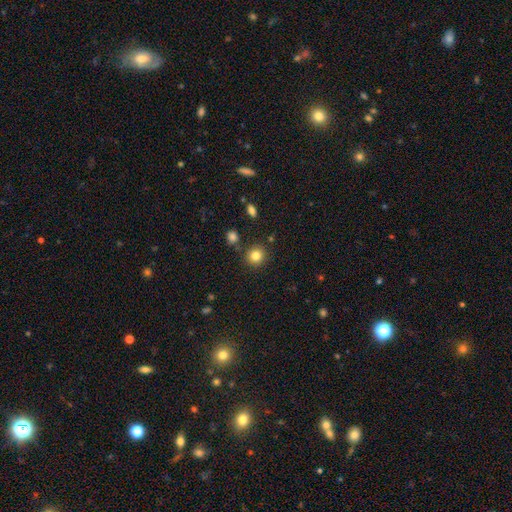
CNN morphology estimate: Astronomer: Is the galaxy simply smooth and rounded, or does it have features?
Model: smooth — 82%.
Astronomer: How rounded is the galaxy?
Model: round — 89%.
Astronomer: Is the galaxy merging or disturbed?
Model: none — 85%.